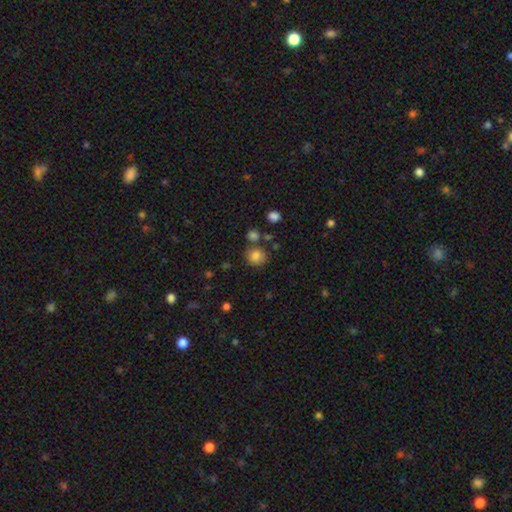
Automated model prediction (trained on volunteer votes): Q: Smooth or featured?
A: smooth (83%); runner-up: star or artifact (11%)
Q: How rounded?
A: round (85%); runner-up: in between (14%)
Q: Merging?
A: none (73%); runner-up: minor disturbance (12%)